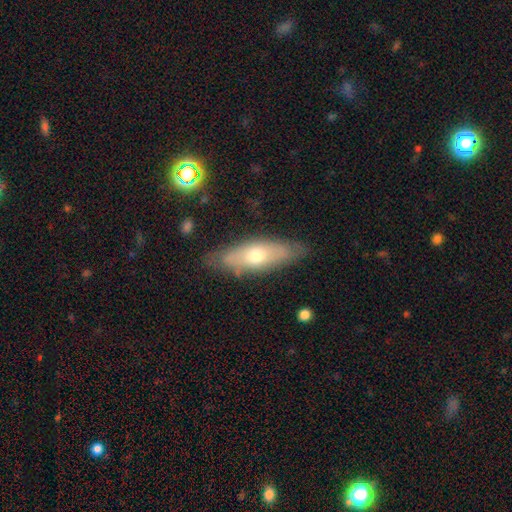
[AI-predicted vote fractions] Morphology: type=smooth (57%); roundness=in between (56%); merging=none (79%).